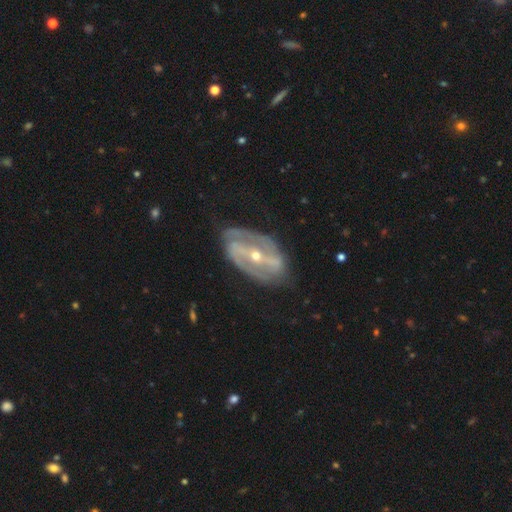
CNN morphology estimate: This is clearly a featured or disk galaxy (88%). It is clearly not viewed edge-on (93%). Bar: likely strong (68%). Spiral arm pattern: clearly yes (88%). Spiral arm count: likely 2 (79%). Spiral winding: marginally medium (43%). Central bulge: possibly small (58%). Merging: likely none (71%).